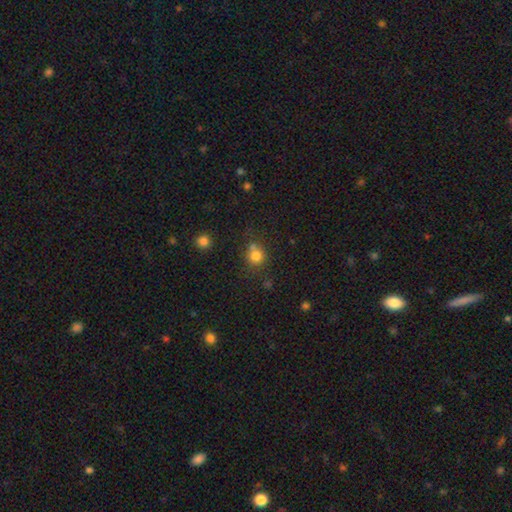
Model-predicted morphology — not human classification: Q: Smooth or featured?
A: smooth (79%); runner-up: star or artifact (14%)
Q: How rounded?
A: round (87%); runner-up: in between (12%)
Q: Merging?
A: none (60%); runner-up: merger (25%)